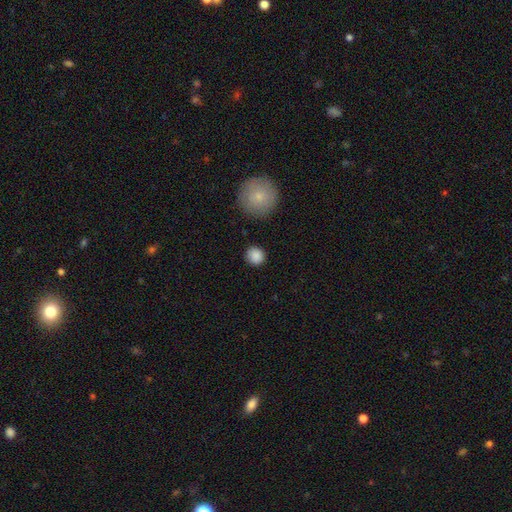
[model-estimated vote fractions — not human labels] This is clearly a smooth galaxy (88%). How rounded: clearly round (91%). Merging: clearly none (88%).